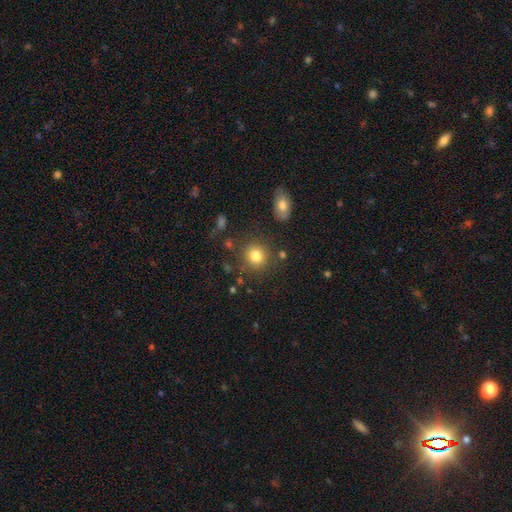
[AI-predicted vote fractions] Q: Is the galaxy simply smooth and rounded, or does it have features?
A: smooth — 82%.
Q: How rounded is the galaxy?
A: round — 88%.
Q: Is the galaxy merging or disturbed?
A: none — 83%.